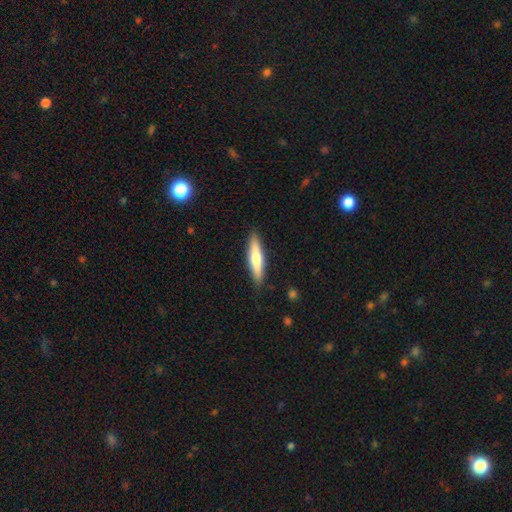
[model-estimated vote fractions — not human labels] Smooth or featured?
  - smooth: 52% *
  - featured or disk: 42%
  - star or artifact: 6%
How rounded?
  - cigar-shaped: 83% *
  - in between: 15%
  - round: 2%
Merging?
  - none: 90% *
  - minor disturbance: 7%
  - major disturbance: 2%
  - merger: 1%